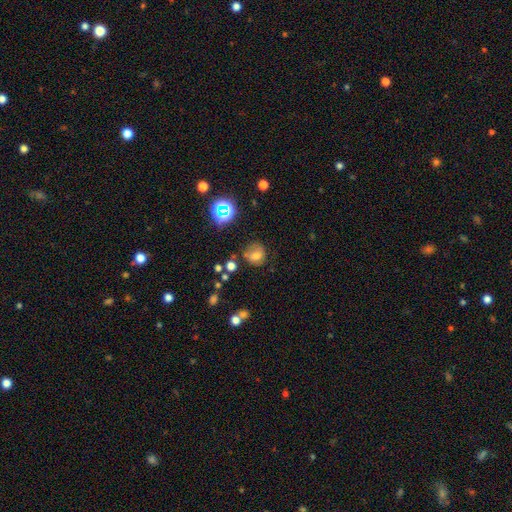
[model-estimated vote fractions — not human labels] A smooth galaxy with no disk features (66%) that is round (74%).

Vote fractions:
- Smooth or featured? smooth: 66% / star or artifact: 19% / featured or disk: 15%
- How rounded? round: 74% / in between: 25% / cigar-shaped: 1%
- Merging? none: 60% / minor disturbance: 24% / major disturbance: 11% / merger: 5%